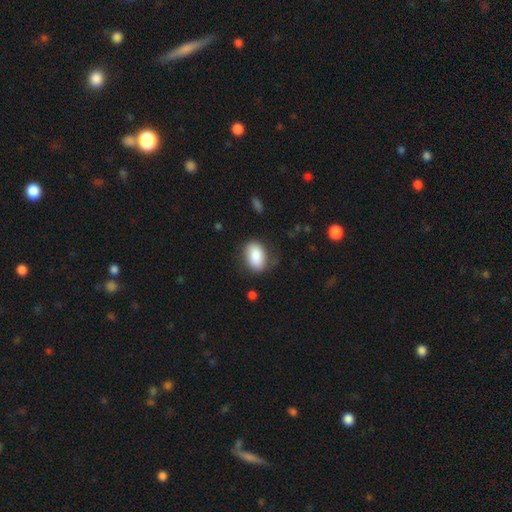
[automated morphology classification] Smooth or featured? Predicted: smooth (p=0.85). How rounded? Predicted: in between (p=0.87). Merging? Predicted: none (p=0.71).